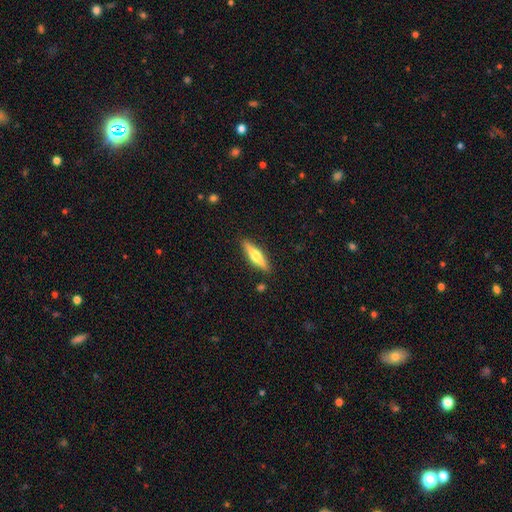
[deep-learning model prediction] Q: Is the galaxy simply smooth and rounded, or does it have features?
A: featured or disk — 48%.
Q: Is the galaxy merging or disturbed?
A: none — 88%.